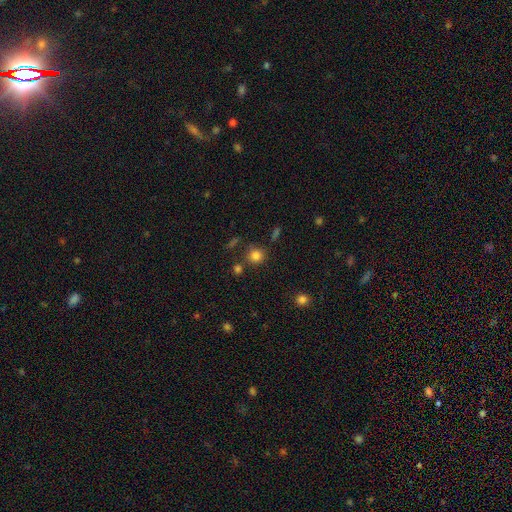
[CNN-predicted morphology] smooth 82%, star or artifact 13%, featured or disk 5%. Down the decision tree: how rounded — round (89%); merging — none (75%).